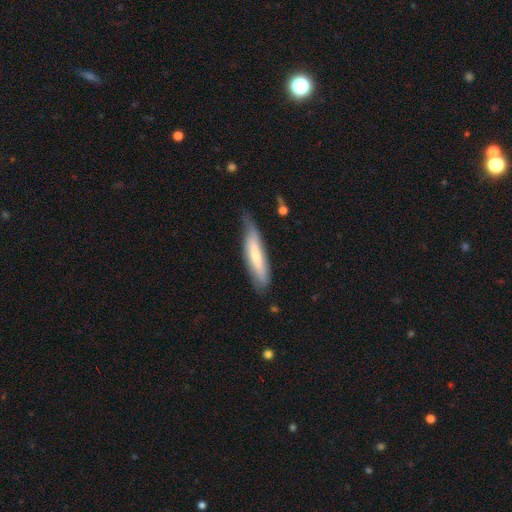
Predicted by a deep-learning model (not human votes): smooth-or-featured: smooth: 56% | featured or disk: 38% | star or artifact: 6%
  how-rounded: cigar-shaped: 76% | in between: 23% | round: 1%
  merging: none: 57% | minor disturbance: 33% | major disturbance: 9% | merger: 2%